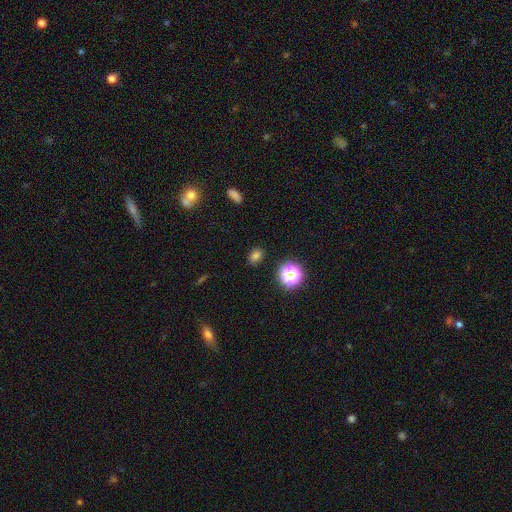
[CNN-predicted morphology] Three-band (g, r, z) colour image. It shows a smooth galaxy with no disk features (74%) that is in between round and cigar-shaped (61%). Merging: none (86%).